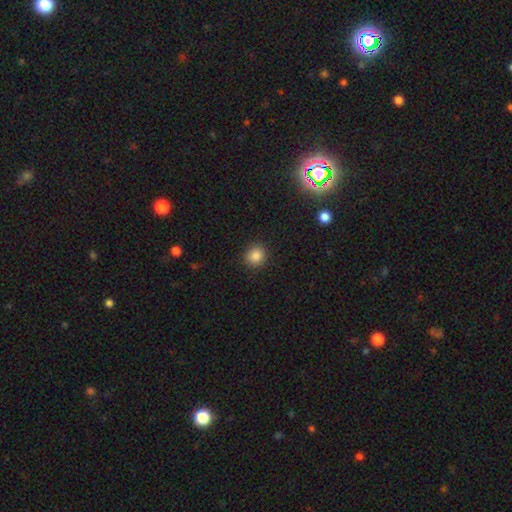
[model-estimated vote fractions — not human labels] This appears to be a smooth galaxy with no disk features (85%) that is round (86%). Merging: none (90%).